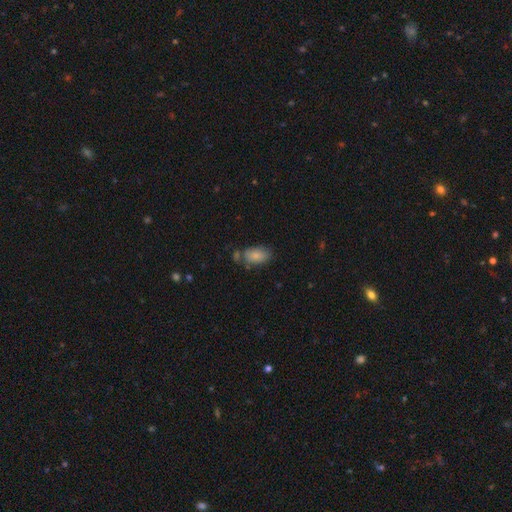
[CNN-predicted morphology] smooth_or_featured: smooth (p=0.83) [alt: featured or disk p=0.10]
how_rounded: in between (p=0.92) [alt: round p=0.06]
merging: none (p=0.59) [alt: minor disturbance p=0.21]